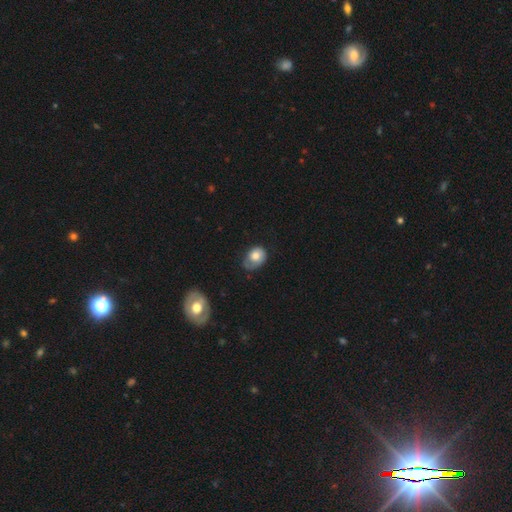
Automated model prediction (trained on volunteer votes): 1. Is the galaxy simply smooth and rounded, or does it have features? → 69% smooth, 24% featured or disk, 7% star or artifact.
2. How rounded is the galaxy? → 57% in between, 42% round, 1% cigar-shaped.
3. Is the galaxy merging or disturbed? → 41% none, 37% minor disturbance, 19% major disturbance, 3% merger.